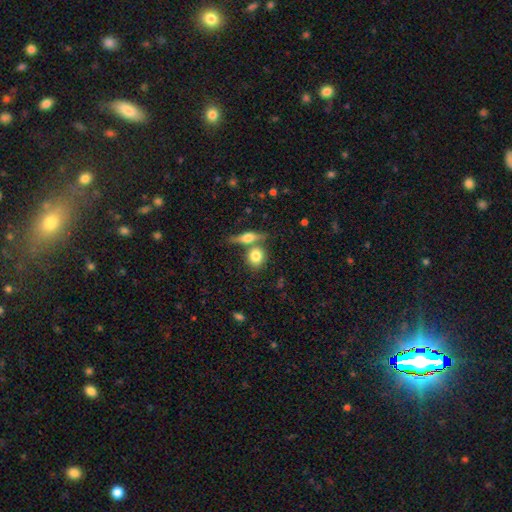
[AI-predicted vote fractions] Q: Smooth or featured?
A: smooth (77%); runner-up: featured or disk (16%)
Q: How rounded?
A: round (60%); runner-up: in between (35%)
Q: Merging?
A: none (56%); runner-up: merger (29%)